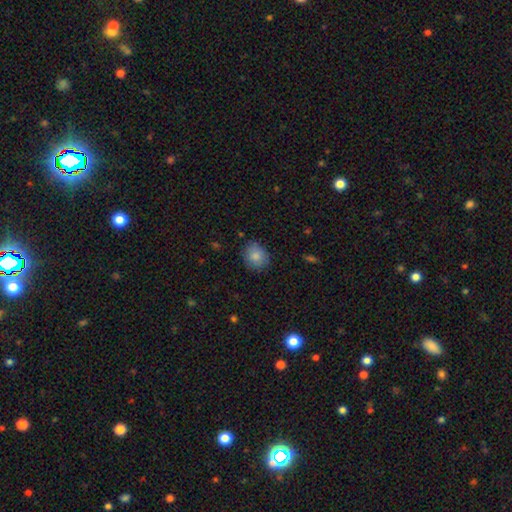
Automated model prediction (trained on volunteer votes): A smooth galaxy with no disk features (84%) that is round (69%).

Vote fractions:
- Smooth or featured? smooth: 84% / featured or disk: 8% / star or artifact: 8%
- How rounded? round: 69% / in between: 30% / cigar-shaped: 1%
- Merging? none: 83% / minor disturbance: 14% / major disturbance: 3% / merger: 1%